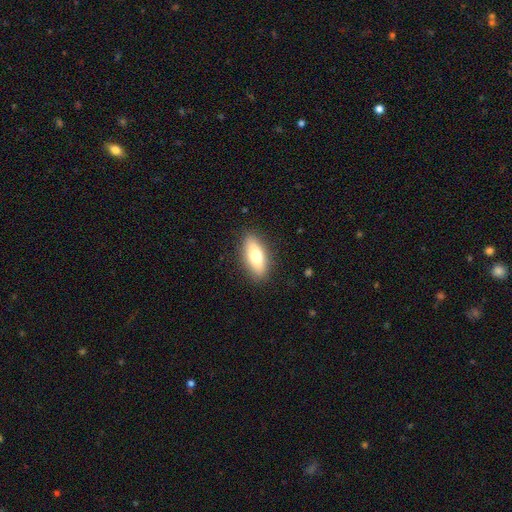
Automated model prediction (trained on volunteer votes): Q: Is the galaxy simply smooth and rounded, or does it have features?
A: smooth — 70%.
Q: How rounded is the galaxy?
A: in between — 71%.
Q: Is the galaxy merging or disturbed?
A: none — 88%.